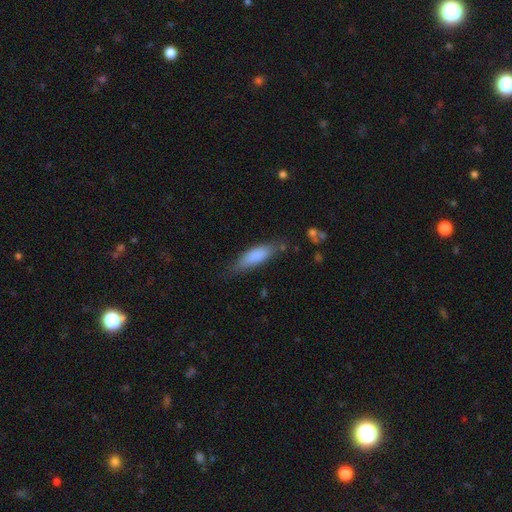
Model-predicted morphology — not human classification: Smooth or featured? Predicted: smooth (p=0.82). How rounded? Predicted: in between (p=0.50). Merging? Predicted: none (p=0.70).